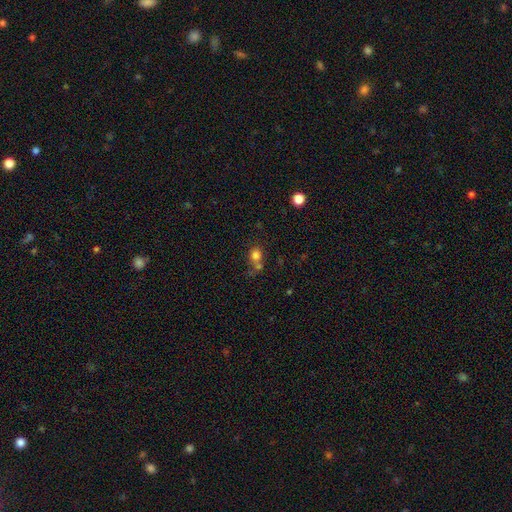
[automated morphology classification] This appears to be a smooth galaxy with no disk features (78%) that is round (67%). Merging: none (46%).